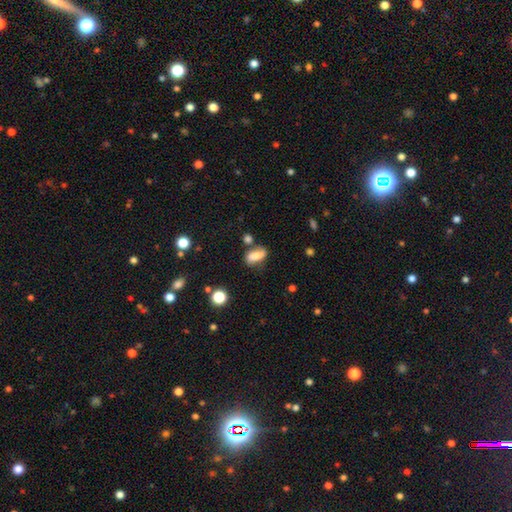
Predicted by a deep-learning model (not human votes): smooth_or_featured: smooth (p=0.72) [alt: featured or disk p=0.18]
how_rounded: in between (p=0.79) [alt: cigar-shaped p=0.14]
merging: none (p=0.59) [alt: minor disturbance p=0.22]